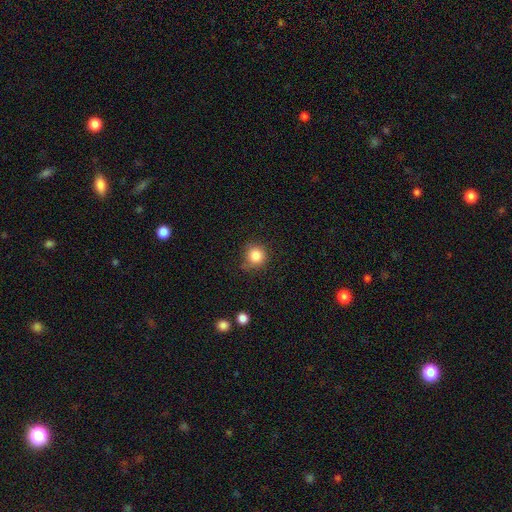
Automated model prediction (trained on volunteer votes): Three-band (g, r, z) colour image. It shows a smooth galaxy with no disk features (84%) that is round (91%). Merging: none (70%).